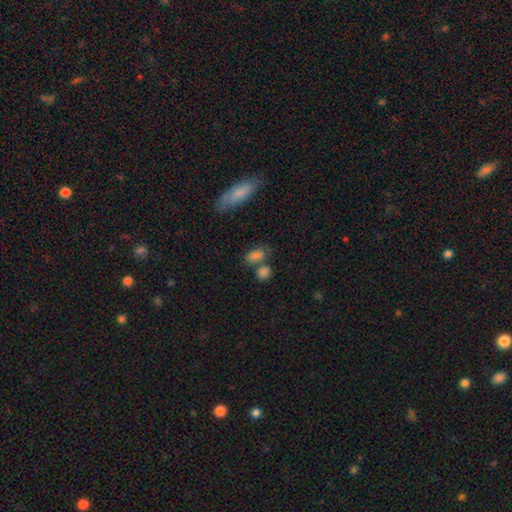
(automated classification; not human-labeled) smooth-or-featured: smooth: 82% | star or artifact: 10% | featured or disk: 8%
  how-rounded: in between: 75% | round: 18% | cigar-shaped: 8%
  merging: none: 51% | merger: 29% | minor disturbance: 14% | major disturbance: 6%